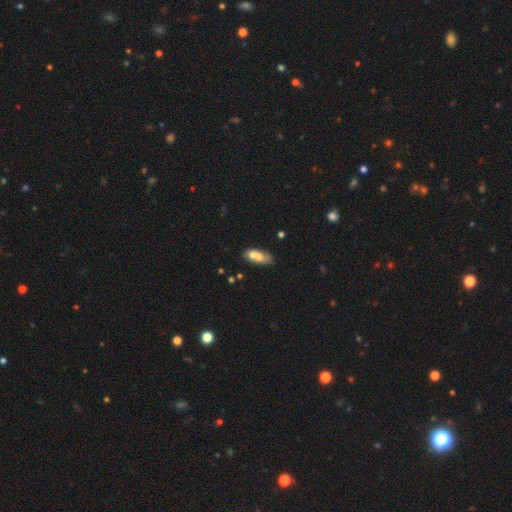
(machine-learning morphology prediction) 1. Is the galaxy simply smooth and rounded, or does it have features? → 64% smooth, 28% featured or disk, 8% star or artifact.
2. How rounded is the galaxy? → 79% in between, 17% cigar-shaped, 4% round.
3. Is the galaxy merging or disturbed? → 42% none, 32% merger, 19% minor disturbance, 8% major disturbance.